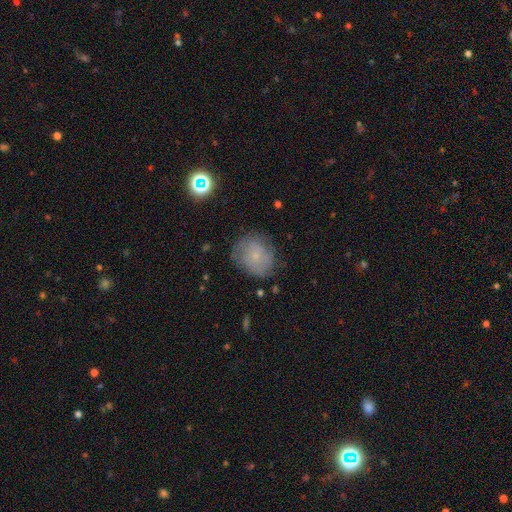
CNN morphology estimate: The model was most divided on "smooth or featured": smooth: 55%, featured or disk: 33%, star or artifact: 12%. More confident: how rounded — round (75%); merging — none (70%).